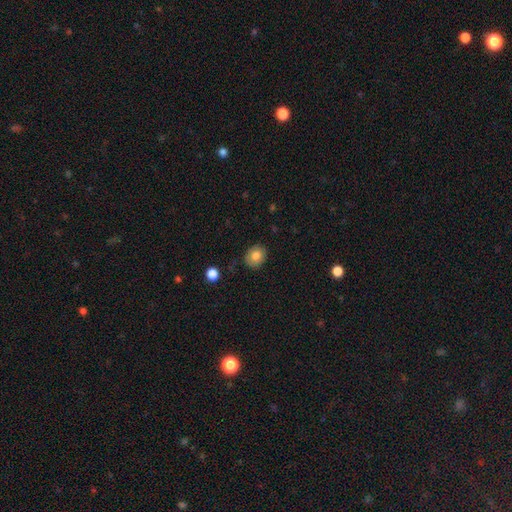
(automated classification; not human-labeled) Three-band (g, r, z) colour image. It shows a smooth galaxy with no disk features (81%) that is round (64%). Merging: none (82%).